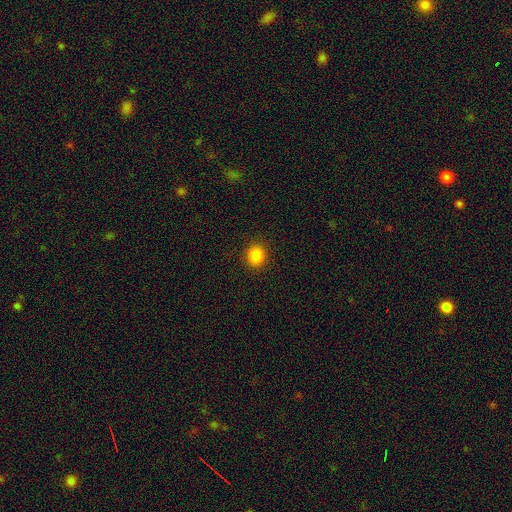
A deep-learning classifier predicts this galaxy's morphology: The model was most divided on "how rounded": round: 78%, in between: 21%, cigar-shaped: 1%. More confident: merging — none (91%); smooth or featured — smooth (85%).